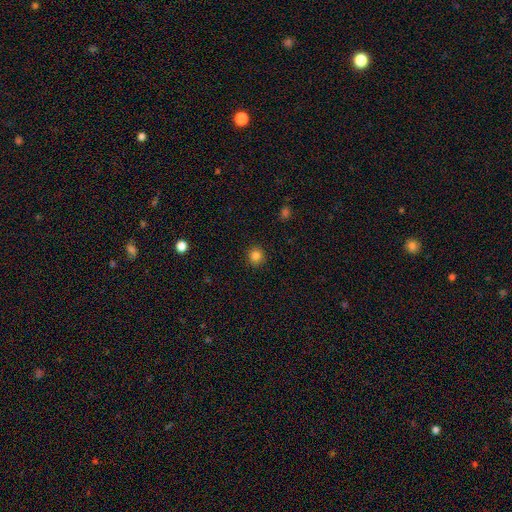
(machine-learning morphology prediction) This appears to be a smooth galaxy with no disk features (84%) that is round (91%). Merging: none (91%).